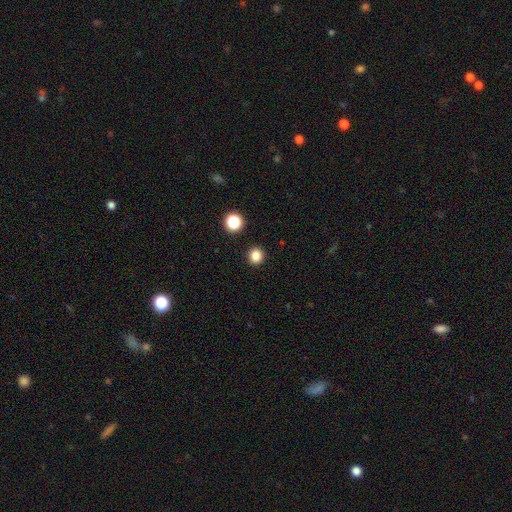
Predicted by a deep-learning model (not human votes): Smooth or featured? Predicted: smooth (p=0.84). How rounded? Predicted: round (p=0.91). Merging? Predicted: none (p=0.92).